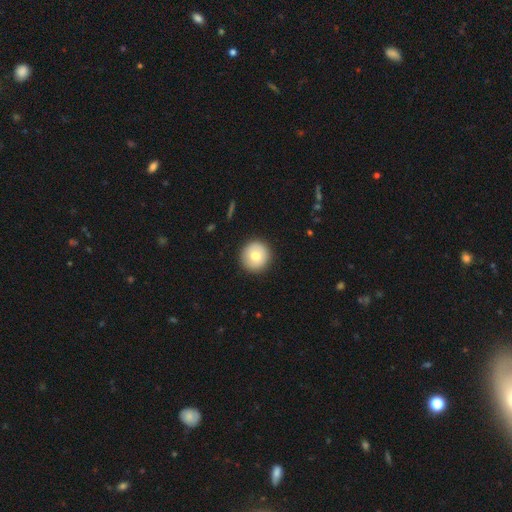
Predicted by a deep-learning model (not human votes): Overall: smooth (74%). How rounded: round (95%). Merging: none (91%).